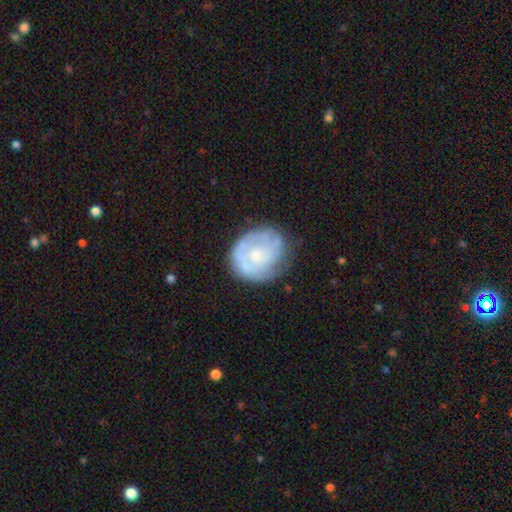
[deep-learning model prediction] Smooth or featured?
  - featured or disk: 58% *
  - smooth: 35%
  - star or artifact: 6%
Edge-on disk?
  - no: 98% *
  - yes: 2%
Bar?
  - no: 82% *
  - weak: 16%
  - strong: 3%
Spiral arms?
  - yes: 62% *
  - no: 38%
Bulge size?
  - small: 56% *
  - moderate: 34%
  - none: 6%
  - large: 3%
  - dominant: 1%
Merging?
  - none: 63% *
  - minor disturbance: 25%
  - major disturbance: 10%
  - merger: 2%